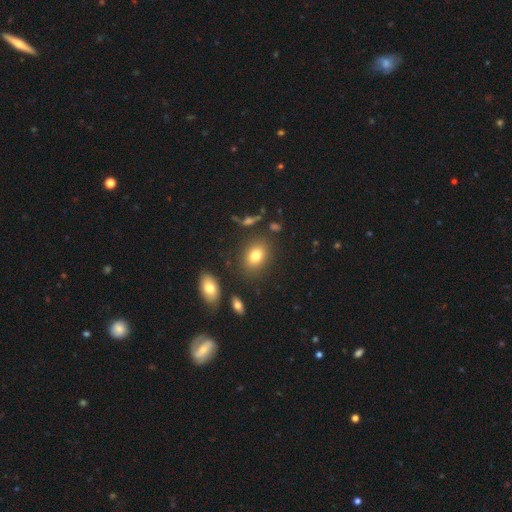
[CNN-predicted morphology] A smooth galaxy with no disk features (80%) that is in between round and cigar-shaped (70%).

Vote fractions:
- Smooth or featured? smooth: 80% / star or artifact: 10% / featured or disk: 10%
- How rounded? in between: 70% / round: 29% / cigar-shaped: 2%
- Merging? none: 82% / minor disturbance: 10% / merger: 4% / major disturbance: 4%